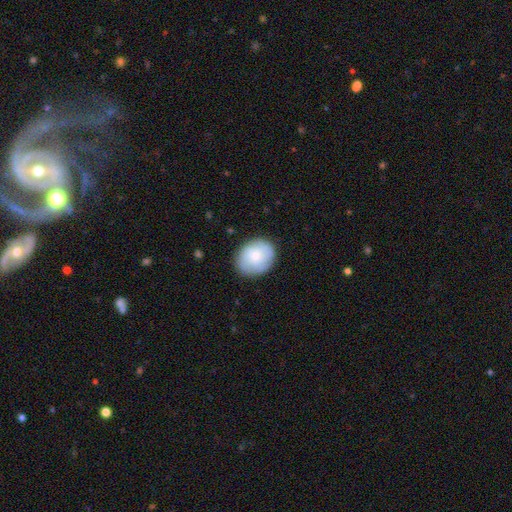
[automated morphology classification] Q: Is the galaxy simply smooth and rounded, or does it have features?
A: smooth — 74%.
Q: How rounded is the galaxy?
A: round — 59%.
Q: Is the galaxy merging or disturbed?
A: none — 83%.